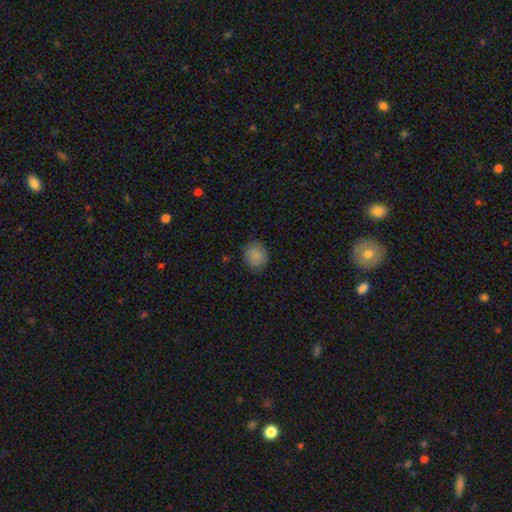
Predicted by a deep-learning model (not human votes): smooth 87%, star or artifact 9%, featured or disk 4%. Down the decision tree: how rounded — round (81%); merging — none (86%).